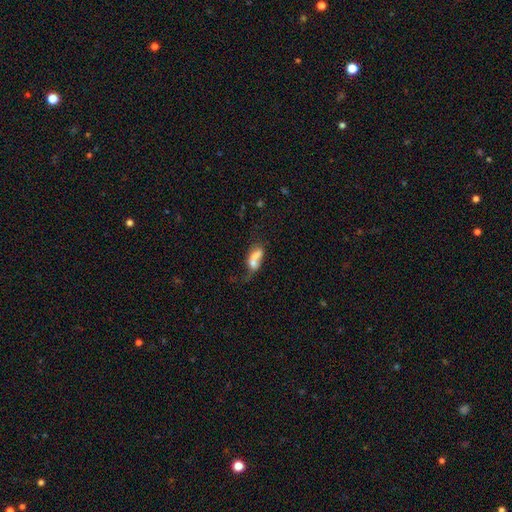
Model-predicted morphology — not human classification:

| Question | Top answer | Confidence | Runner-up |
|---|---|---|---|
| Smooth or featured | smooth | 60% | featured or disk (30%) |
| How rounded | in between | 71% | round (20%) |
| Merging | merger | 64% | none (16%) |